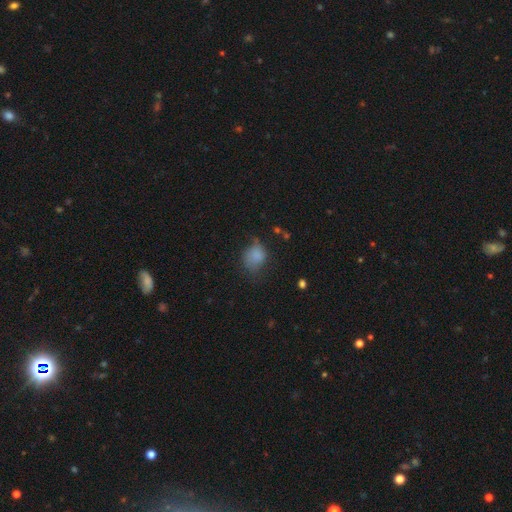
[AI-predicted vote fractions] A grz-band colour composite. It shows a smooth galaxy with no disk features (78%) that is round (54%). Merging: none (45%).